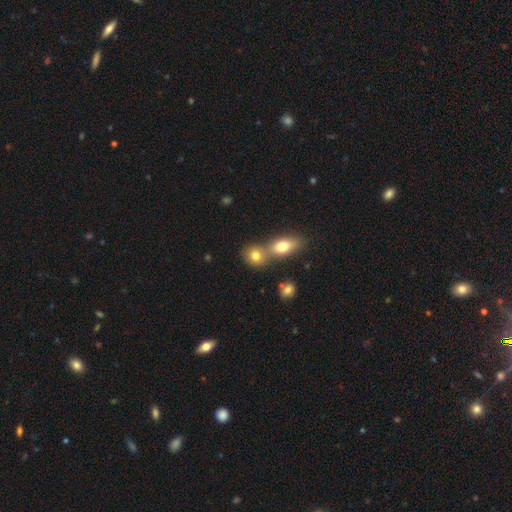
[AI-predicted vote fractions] Smooth or featured?
  - smooth: 78% *
  - featured or disk: 11%
  - star or artifact: 11%
How rounded?
  - round: 68% *
  - in between: 30%
  - cigar-shaped: 2%
Merging?
  - merger: 50% *
  - none: 40%
  - minor disturbance: 7%
  - major disturbance: 3%